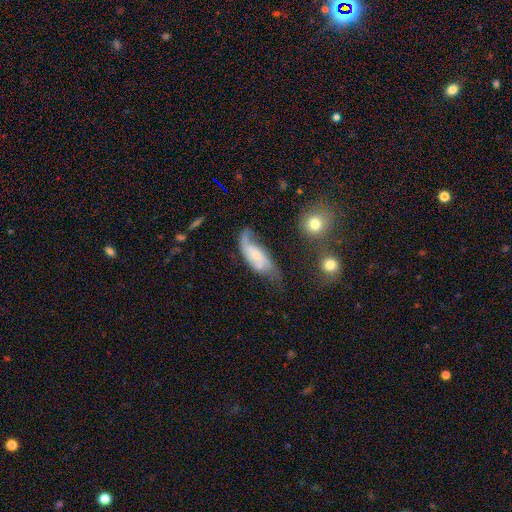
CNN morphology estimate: type=featured or disk (59%); edge-on=no (89%); bar=no (62%); spiral arms=yes (84%); bulge=small (56%); merging=major disturbance (33%).